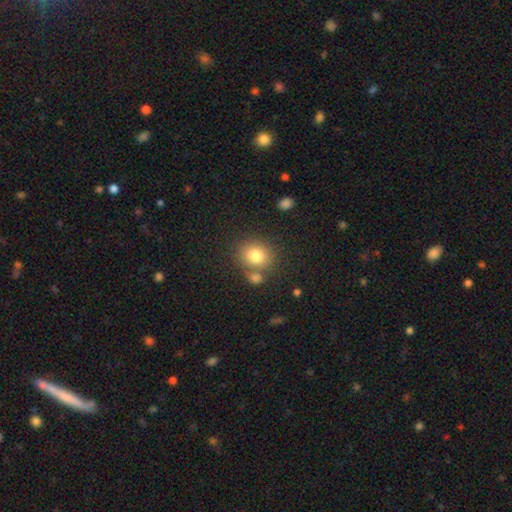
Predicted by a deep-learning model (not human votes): Smooth or featured: smooth — 79% (star or artifact — 11%)
How rounded: round — 74% (in between — 26%)
Merging: none — 65% (merger — 19%)